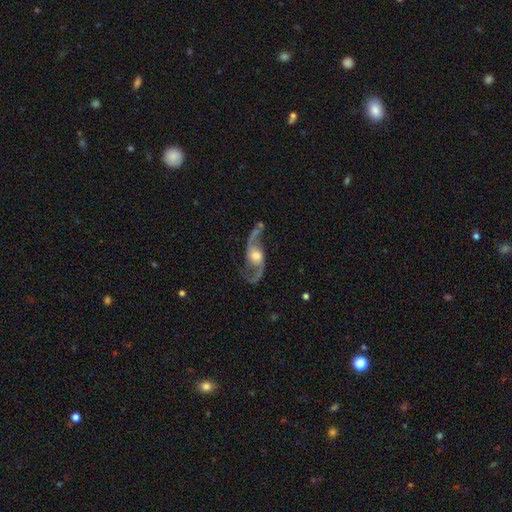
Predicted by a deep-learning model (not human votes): smooth-or-featured: featured or disk: 90% | smooth: 5% | star or artifact: 5%
  disk-edge-on: no: 95% | yes: 5%
    bar: no: 58% | weak: 32% | strong: 10%
    has-spiral-arms: yes: 97% | no: 3%
      spiral-winding: loose: 74% | medium: 21% | tight: 4%
      spiral-arm-count: 2: 94% | 1: 2% | can't tell: 1% | 3: 1% | 4: 1% | more than 4: 1%
    bulge-size: moderate: 63% | small: 21% | large: 13% | none: 2% | dominant: 2%
  merging: none: 70% | minor disturbance: 15% | major disturbance: 10% | merger: 4%